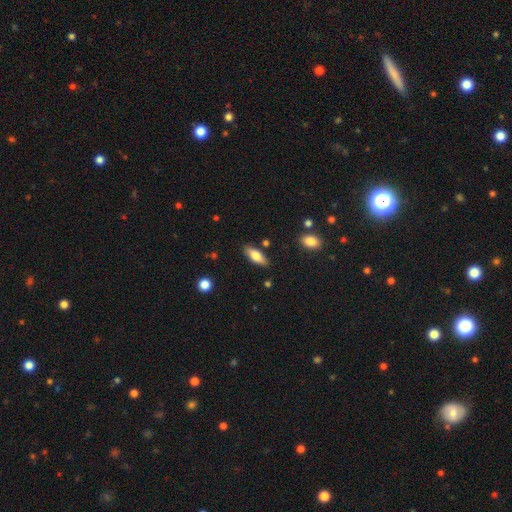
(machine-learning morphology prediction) A smooth galaxy with no disk features (75%) that is in between round and cigar-shaped (72%).

Vote fractions:
- Smooth or featured? smooth: 75% / featured or disk: 18% / star or artifact: 7%
- How rounded? in between: 72% / cigar-shaped: 25% / round: 2%
- Merging? none: 83% / minor disturbance: 11% / merger: 3% / major disturbance: 2%